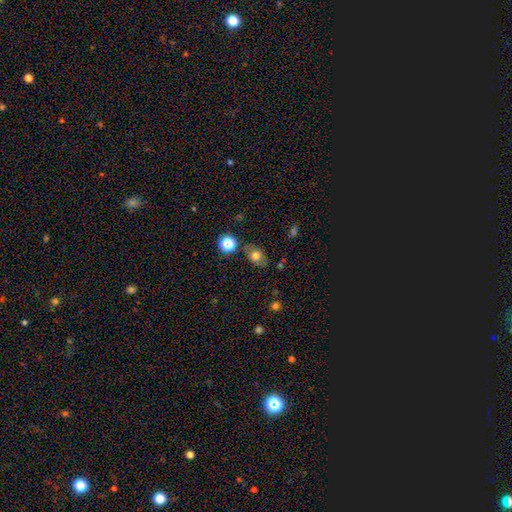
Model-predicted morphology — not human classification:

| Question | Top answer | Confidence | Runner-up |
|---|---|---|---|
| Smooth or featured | smooth | 70% | featured or disk (16%) |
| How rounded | in between | 64% | round (35%) |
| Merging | none | 74% | minor disturbance (16%) |